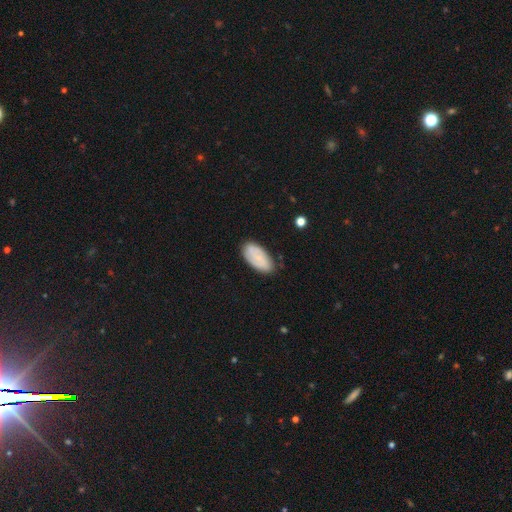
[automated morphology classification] Smooth or featured? Predicted: smooth (p=0.59). How rounded? Predicted: in between (p=0.93). Merging? Predicted: none (p=0.74).